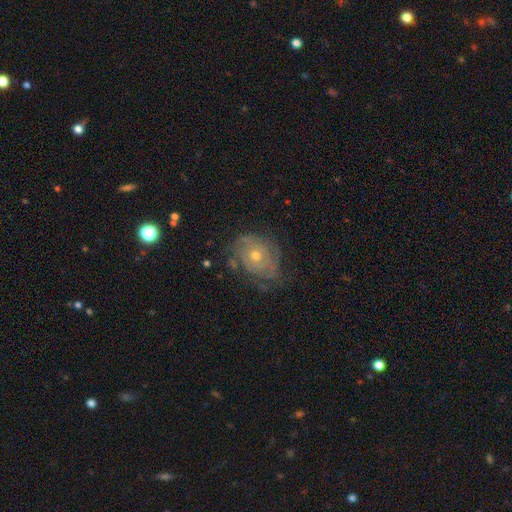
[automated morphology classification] A featured or disk galaxy (71%) with no bar (86%), tight (68%) spiral arms (78%) and a moderate central bulge (50%). Merging: none (62%).